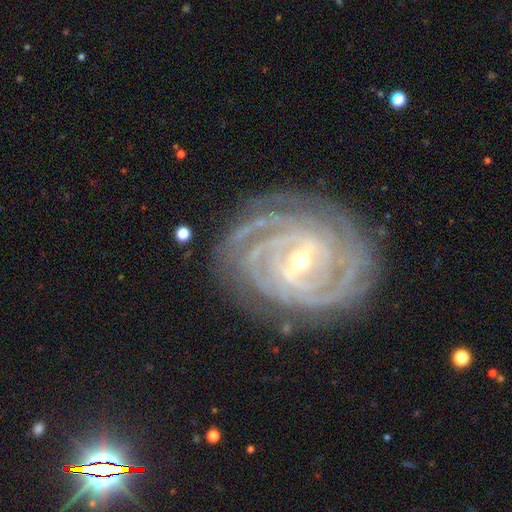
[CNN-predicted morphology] Smooth or featured? featured or disk (93%)
Edge-on disk? no (97%)
Bar? strong (43%)
Spiral arms? yes (99%)
Spiral winding? tight (84%)
Spiral arm count? 4 (31%)
Bulge size? small (57%)
Merging? none (82%)